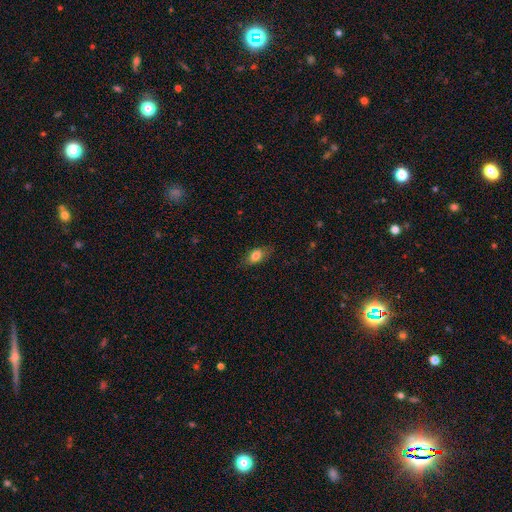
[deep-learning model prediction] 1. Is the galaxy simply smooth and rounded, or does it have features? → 78% smooth, 13% featured or disk, 8% star or artifact.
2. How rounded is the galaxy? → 83% in between, 9% cigar-shaped, 8% round.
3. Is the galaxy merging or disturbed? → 77% none, 17% minor disturbance, 5% major disturbance, 1% merger.